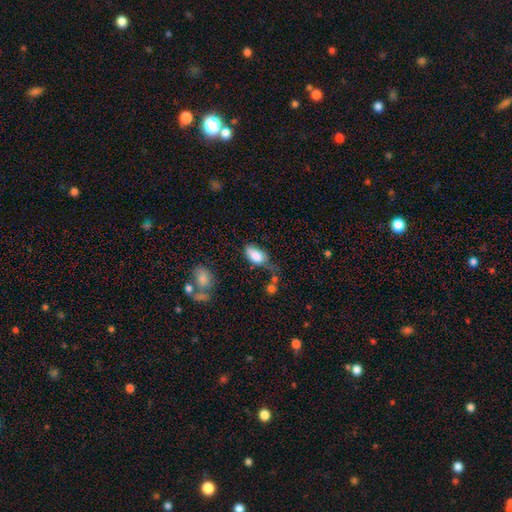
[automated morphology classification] smooth 82%, featured or disk 10%, star or artifact 7%. Down the decision tree: how rounded — in between (92%); merging — none (39%).